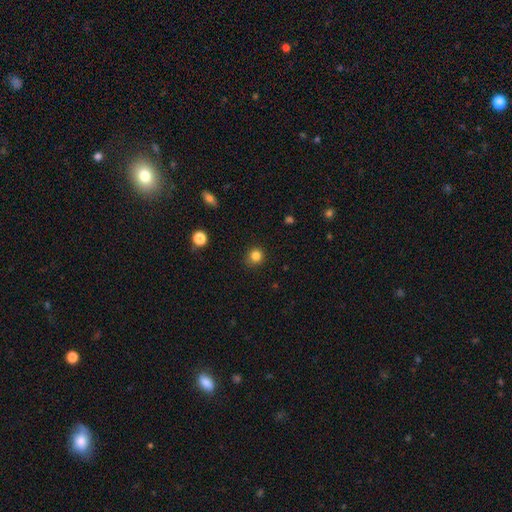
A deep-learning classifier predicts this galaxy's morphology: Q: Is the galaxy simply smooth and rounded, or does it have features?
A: smooth — 83%.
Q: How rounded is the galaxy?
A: round — 88%.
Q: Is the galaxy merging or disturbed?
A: none — 86%.